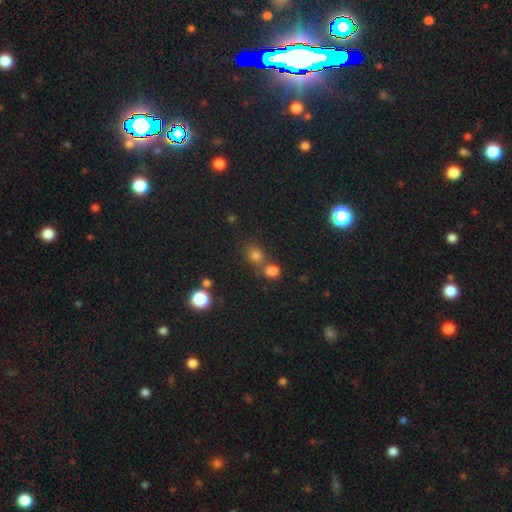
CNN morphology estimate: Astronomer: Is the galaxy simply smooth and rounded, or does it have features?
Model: smooth — 53% (runner-up: star or artifact, 39%).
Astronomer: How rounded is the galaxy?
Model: round — 81%.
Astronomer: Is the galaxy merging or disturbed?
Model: none — 62%.